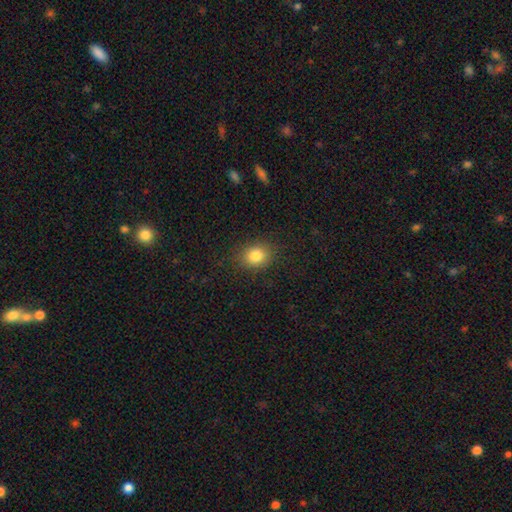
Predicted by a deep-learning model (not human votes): This appears to be a smooth galaxy with no disk features (83%) that is round (58%). Merging: none (87%).